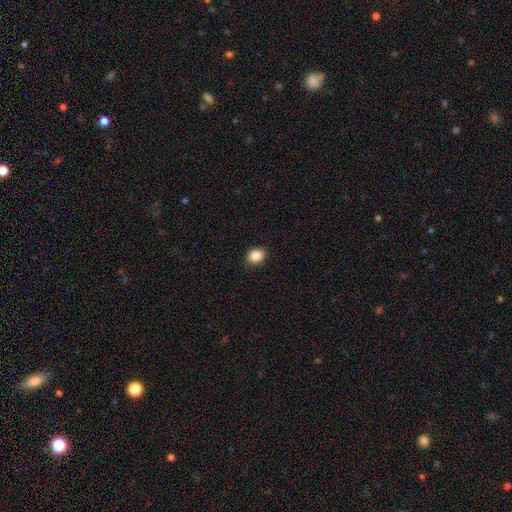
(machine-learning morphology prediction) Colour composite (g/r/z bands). It shows a smooth galaxy with no disk features (88%) that is in between round and cigar-shaped (60%). Merging: none (88%).